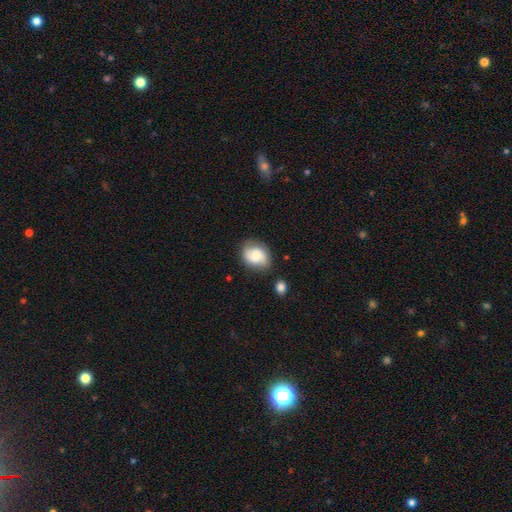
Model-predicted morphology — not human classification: The model was most divided on "how rounded": in between: 57%, round: 42%, cigar-shaped: 1%. More confident: merging — none (68%); smooth or featured — smooth (58%).